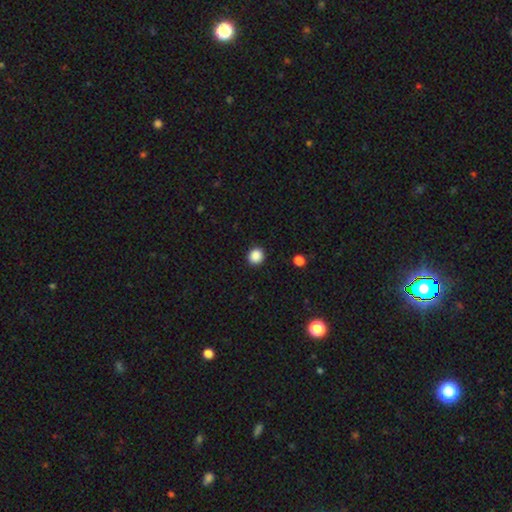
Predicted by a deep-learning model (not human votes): Smooth or featured? smooth (88%)
How rounded? round (87%)
Merging? none (91%)